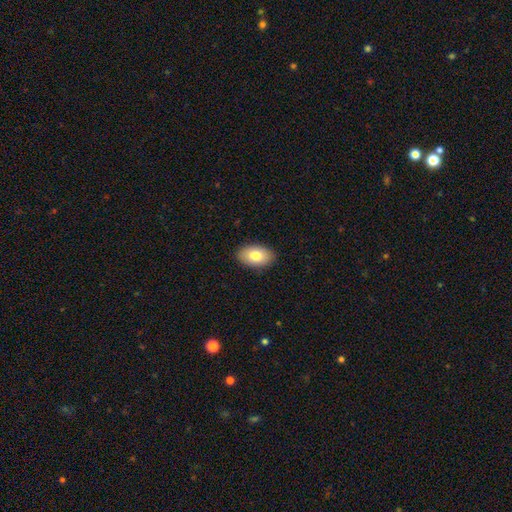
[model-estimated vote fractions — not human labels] The model was most divided on "smooth or featured": smooth: 79%, featured or disk: 13%, star or artifact: 7%. More confident: how rounded — in between (91%); merging — none (89%).